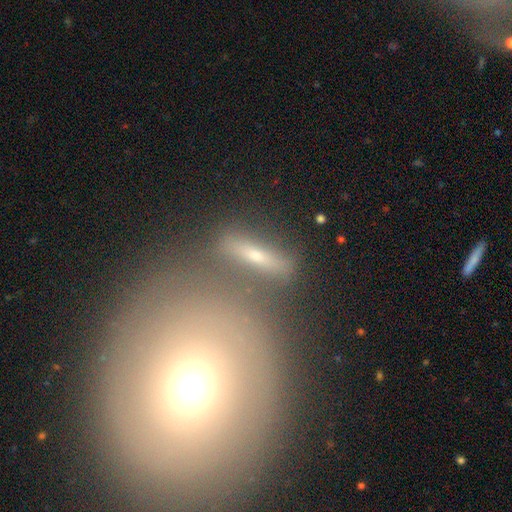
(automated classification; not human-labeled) Smooth or featured? smooth (42%)
Merging? none (73%)